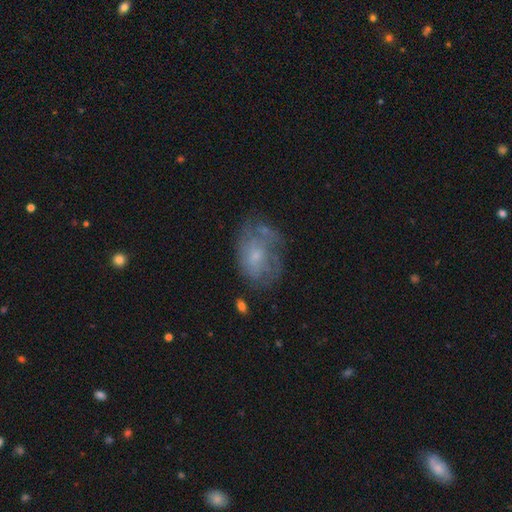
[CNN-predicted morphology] This appears to be a featured or disk galaxy (53%) with no bar (79%), spiral arms (50%, tied with no) and a small central bulge (62%). Merging: none (48%).